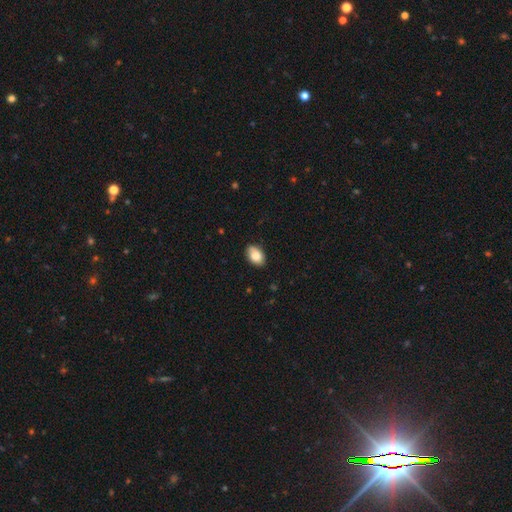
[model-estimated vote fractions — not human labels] This appears to be a smooth galaxy with no disk features (84%) that is in between round and cigar-shaped (89%). Merging: none (78%).